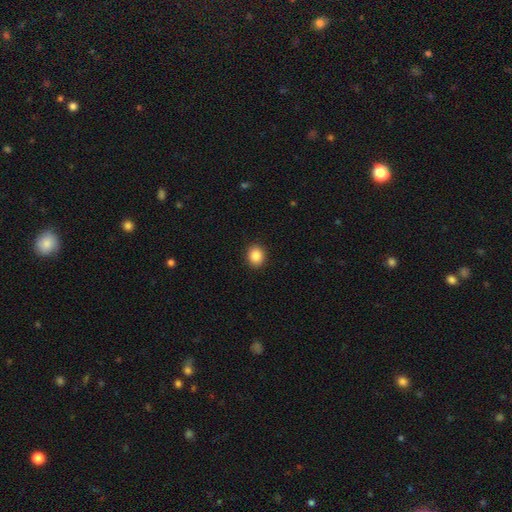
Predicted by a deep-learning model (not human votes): Smooth or featured? Predicted: smooth (p=0.87). How rounded? Predicted: round (p=0.71). Merging? Predicted: none (p=0.91).